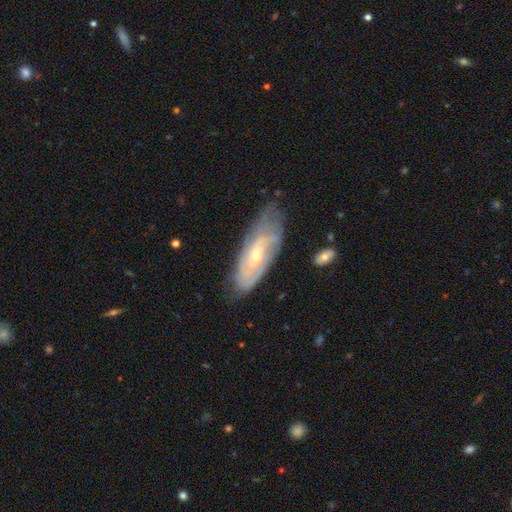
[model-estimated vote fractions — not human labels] This appears to be a featured or disk galaxy (75%) with no bar (58%), tight (59%) spiral arms (88%) and a small central bulge (63%). Merging: none (64%).